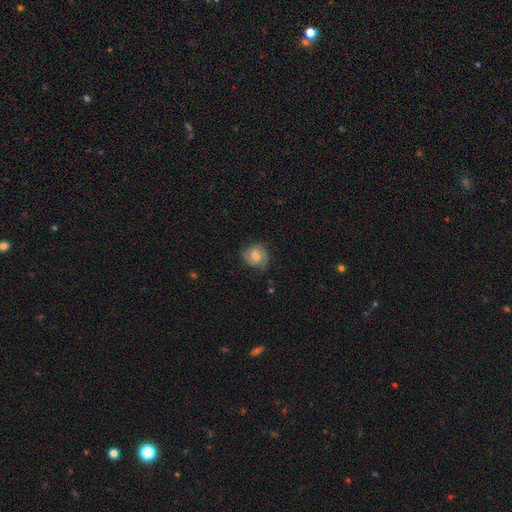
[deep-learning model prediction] The model was most divided on "smooth or featured": smooth: 48%, featured or disk: 44%, star or artifact: 8%. More confident: merging — none (65%).